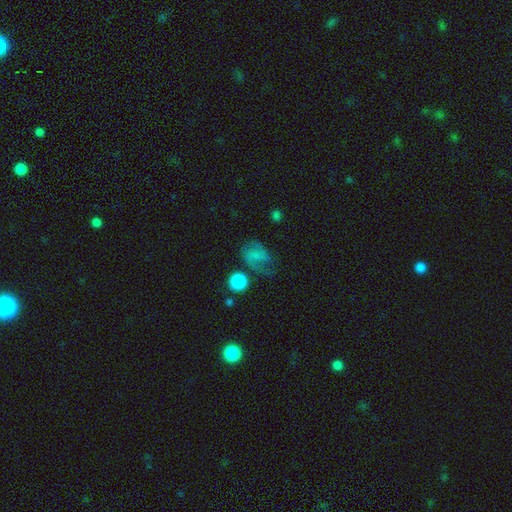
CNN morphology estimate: Q: Smooth or featured?
A: smooth (48%); runner-up: featured or disk (40%)
Q: Merging?
A: none (46%); runner-up: minor disturbance (26%)